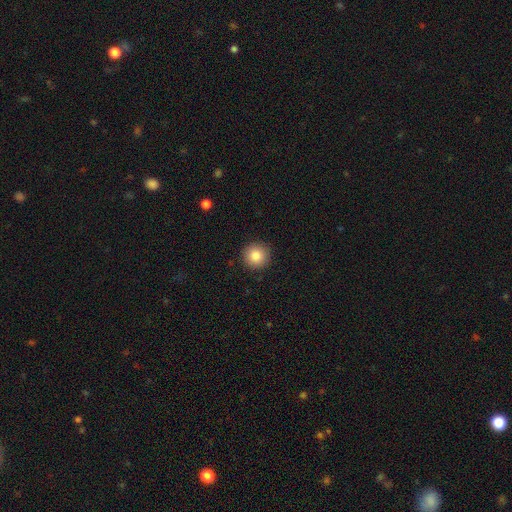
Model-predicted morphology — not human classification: Smooth or featured?
  - smooth: 85% *
  - star or artifact: 9%
  - featured or disk: 6%
How rounded?
  - round: 95% *
  - in between: 4%
  - cigar-shaped: 1%
Merging?
  - none: 92% *
  - minor disturbance: 6%
  - major disturbance: 2%
  - merger: 1%